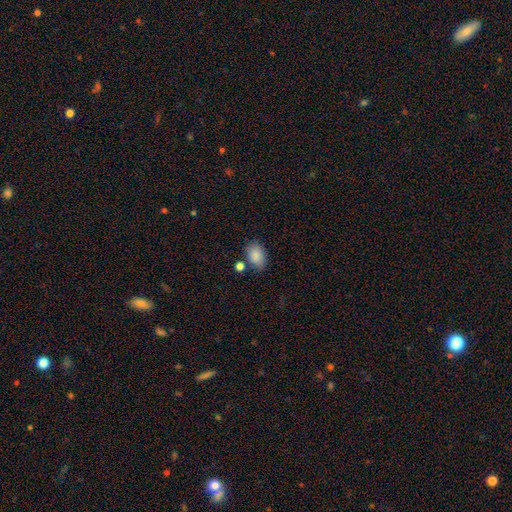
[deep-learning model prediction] A smooth galaxy with no disk features (87%) that is in between round and cigar-shaped (84%).

Vote fractions:
- Smooth or featured? smooth: 87% / star or artifact: 8% / featured or disk: 6%
- How rounded? in between: 84% / round: 15% / cigar-shaped: 1%
- Merging? none: 70% / minor disturbance: 17% / merger: 8% / major disturbance: 5%